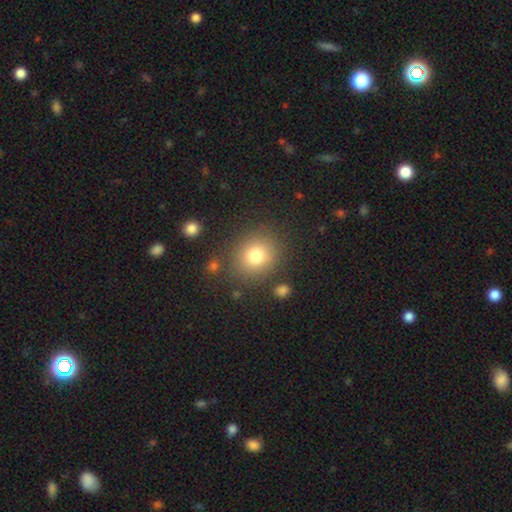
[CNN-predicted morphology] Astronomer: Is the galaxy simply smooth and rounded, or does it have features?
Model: smooth — 79%.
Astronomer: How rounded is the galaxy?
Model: round — 77%.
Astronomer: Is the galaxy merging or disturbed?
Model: none — 82%.